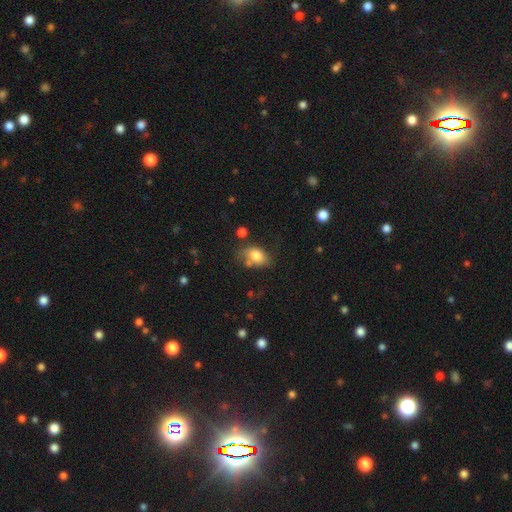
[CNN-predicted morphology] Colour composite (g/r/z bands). It shows a smooth galaxy with no disk features (77%) that is in between round and cigar-shaped (81%). Merging: none (51%).